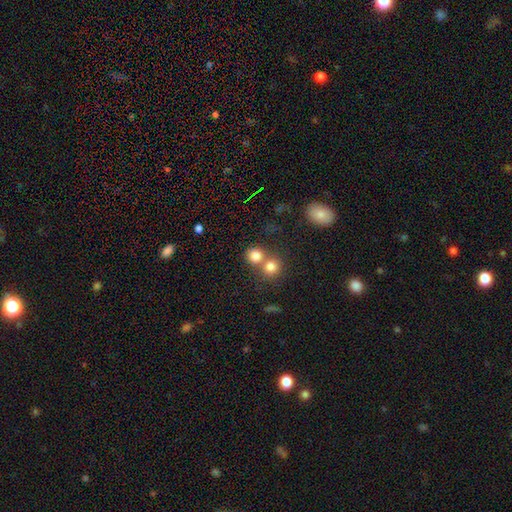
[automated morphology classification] Smooth or featured?
  - smooth: 79% *
  - star or artifact: 12%
  - featured or disk: 8%
How rounded?
  - round: 86% *
  - in between: 13%
  - cigar-shaped: 1%
Merging?
  - none: 48% *
  - merger: 43%
  - minor disturbance: 6%
  - major disturbance: 3%